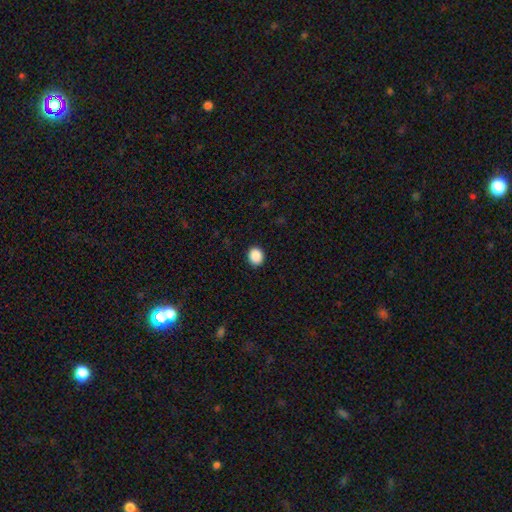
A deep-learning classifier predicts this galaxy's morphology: smooth_or_featured: smooth (p=0.89) [alt: star or artifact p=0.09]
how_rounded: round (p=0.71) [alt: in between p=0.28]
merging: none (p=0.92) [alt: minor disturbance p=0.05]